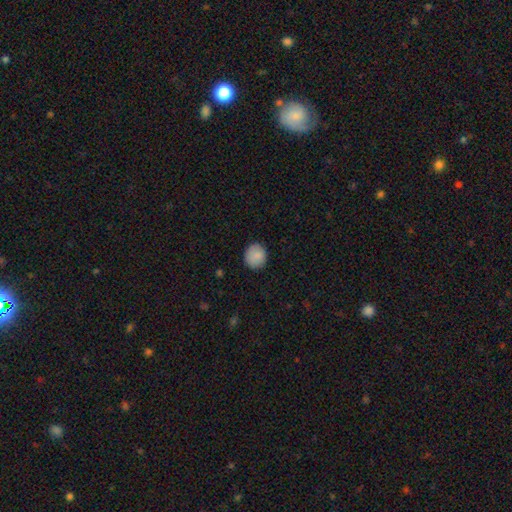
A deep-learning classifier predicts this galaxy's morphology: type=smooth (88%); roundness=round (87%); merging=none (88%).